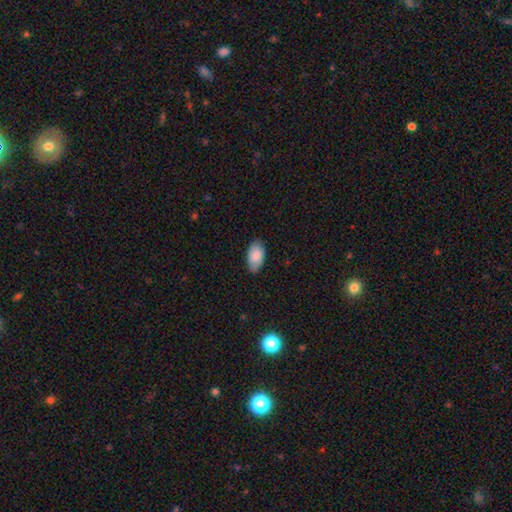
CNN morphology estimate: smooth_or_featured: smooth (p=0.84) [alt: featured or disk p=0.09]
how_rounded: in between (p=0.95) [alt: round p=0.03]
merging: none (p=0.81) [alt: minor disturbance p=0.16]